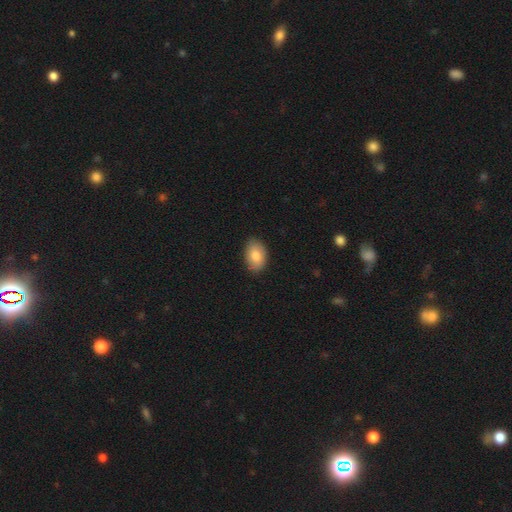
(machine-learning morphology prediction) Smooth or featured? Predicted: smooth (p=0.83). How rounded? Predicted: in between (p=0.90). Merging? Predicted: none (p=0.84).